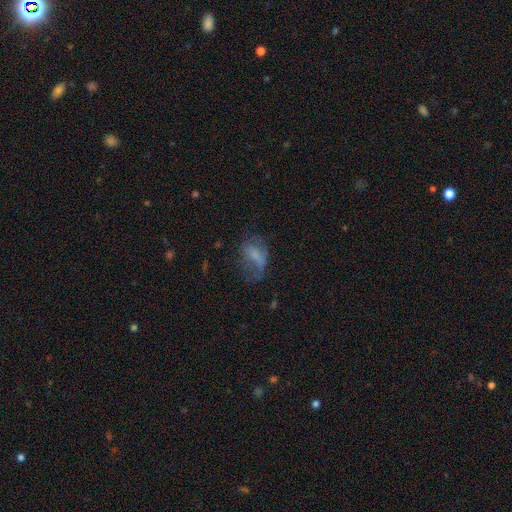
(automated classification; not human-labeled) smooth-or-featured: smooth: 54% | featured or disk: 33% | star or artifact: 13%
  how-rounded: in between: 83% | round: 10% | cigar-shaped: 7%
  merging: major disturbance: 40% | none: 32% | minor disturbance: 25% | merger: 3%